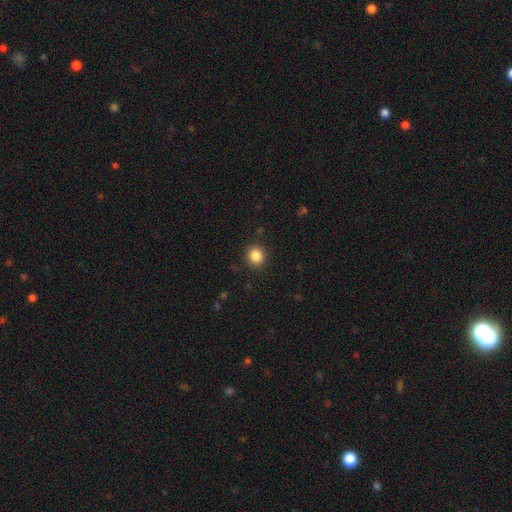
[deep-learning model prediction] Overall: smooth (86%). How rounded: round (84%). Merging: none (90%).